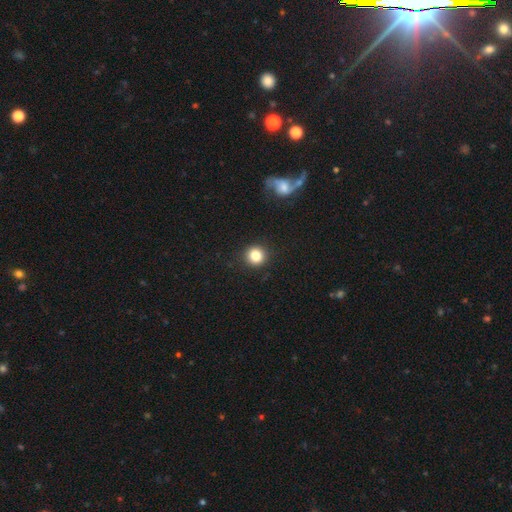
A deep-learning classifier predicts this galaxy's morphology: Smooth or featured?
  - smooth: 83% *
  - star or artifact: 11%
  - featured or disk: 6%
How rounded?
  - round: 93% *
  - in between: 6%
  - cigar-shaped: 1%
Merging?
  - none: 91% *
  - minor disturbance: 5%
  - major disturbance: 2%
  - merger: 1%